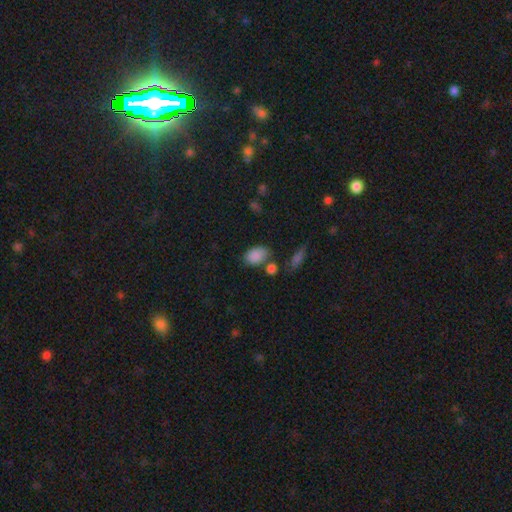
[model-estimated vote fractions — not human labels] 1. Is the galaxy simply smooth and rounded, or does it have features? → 86% smooth, 9% star or artifact, 5% featured or disk.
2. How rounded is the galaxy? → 86% in between, 13% round, 1% cigar-shaped.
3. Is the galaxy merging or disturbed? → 65% none, 17% minor disturbance, 13% merger, 5% major disturbance.